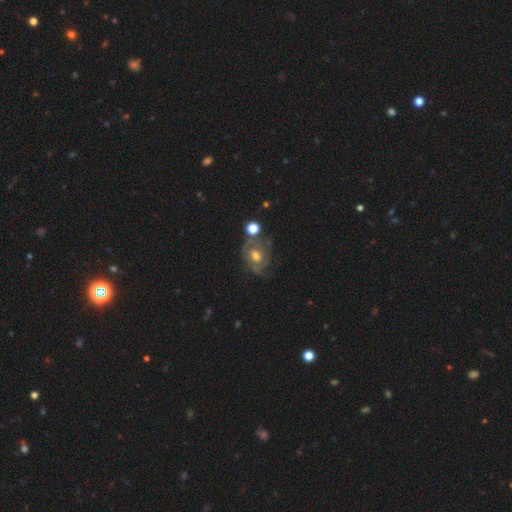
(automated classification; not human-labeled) Smooth or featured: featured or disk — 70% (smooth — 20%)
Edge-on disk: no — 96% (yes — 4%)
Bar: no — 61% (weak — 31%)
Spiral arms: yes — 77% (no — 23%)
Spiral winding: tight — 57% (medium — 33%)
Spiral arm count: can't tell — 38% (2 — 37%)
Bulge size: moderate — 68% (small — 18%)
Merging: none — 62% (minor disturbance — 20%)